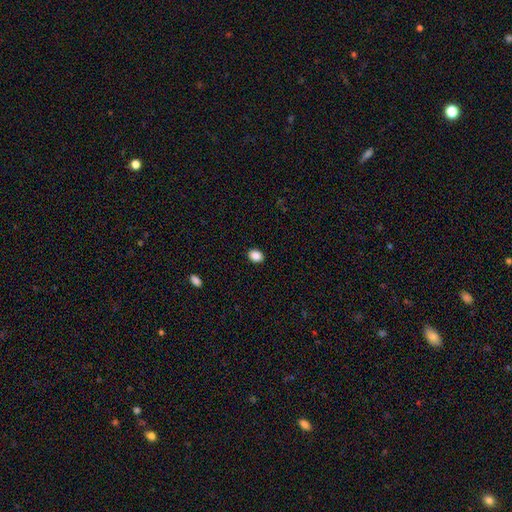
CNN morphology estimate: Overall: smooth (88%). How rounded: in between (59%; round 40%). Merging: none (91%).